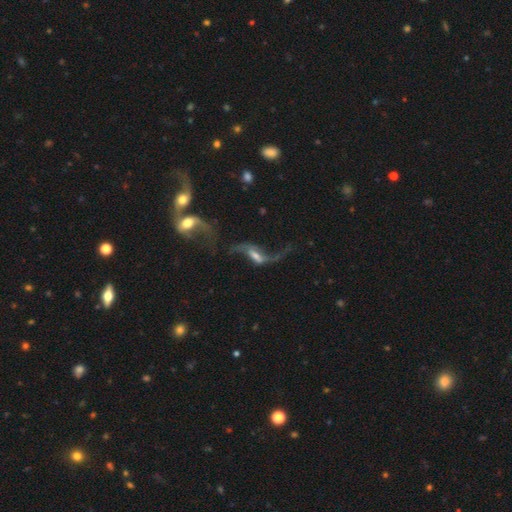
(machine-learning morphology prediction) smooth-or-featured: featured or disk: 83% | smooth: 10% | star or artifact: 7%
  disk-edge-on: no: 92% | yes: 8%
    bar: weak: 41% (tied) | strong: 41% (tied) | no: 18%
    has-spiral-arms: yes: 92% | no: 8%
      spiral-winding: loose: 93% | medium: 5% | tight: 2%
      spiral-arm-count: 2: 91% | 1: 4% | can't tell: 2% | 3: 1% | 4: 1% | more than 4: 1%
    bulge-size: moderate: 41% | small: 36% | none: 12% | large: 9% | dominant: 2%
  merging: none: 46% | major disturbance: 25% | minor disturbance: 15% | merger: 13%